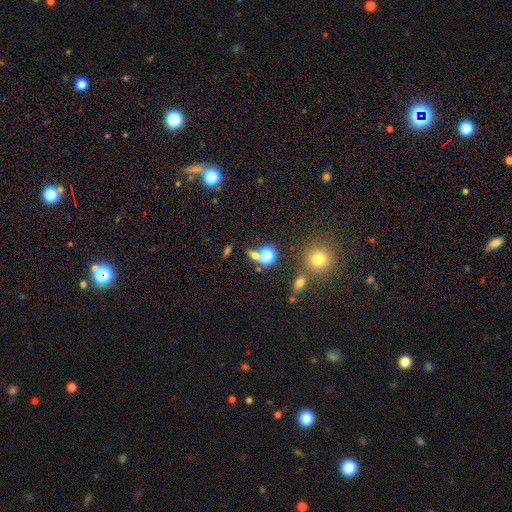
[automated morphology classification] A smooth galaxy with no disk features (56%) that is round (46%).

Vote fractions:
- Smooth or featured? smooth: 56% / star or artifact: 31% / featured or disk: 13%
- How rounded? round: 46% / in between: 42% / cigar-shaped: 11%
- Merging? none: 65% / merger: 18% / minor disturbance: 10% / major disturbance: 6%